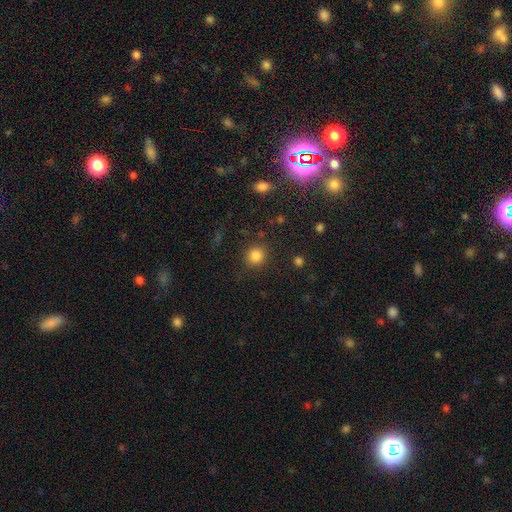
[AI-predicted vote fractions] smooth-or-featured: smooth: 84% | star or artifact: 12% | featured or disk: 4%
  how-rounded: round: 89% | in between: 10% | cigar-shaped: 1%
  merging: none: 86% | minor disturbance: 8% | major disturbance: 4% | merger: 2%